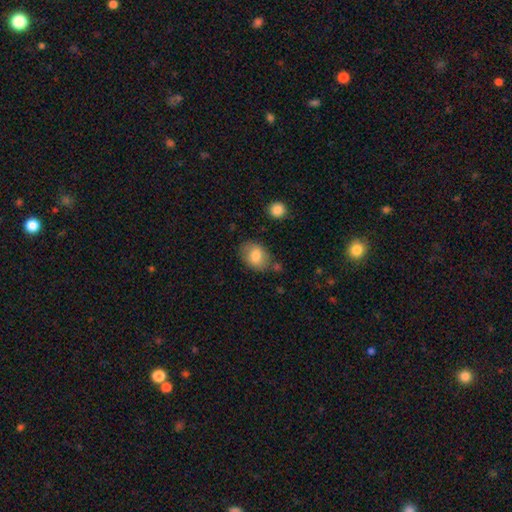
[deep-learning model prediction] smooth_or_featured: smooth (p=0.79) [alt: featured or disk p=0.13]
how_rounded: in between (p=0.71) [alt: round p=0.28]
merging: none (p=0.72) [alt: minor disturbance p=0.18]